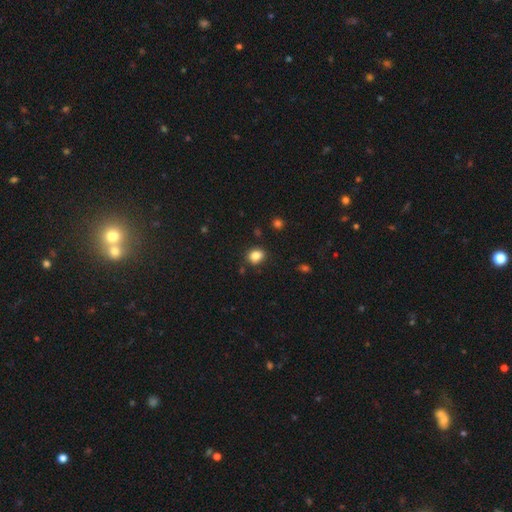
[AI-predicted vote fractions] Overall: smooth (84%). How rounded: round (57%; in between 42%). Merging: none (85%).